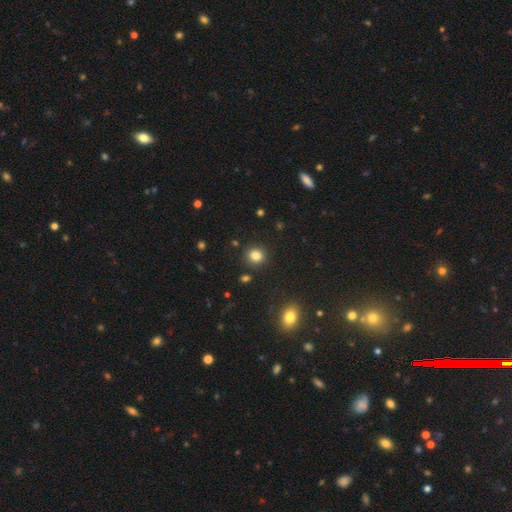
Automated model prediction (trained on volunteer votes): Overall: smooth (83%). How rounded: round (89%). Merging: none (90%).